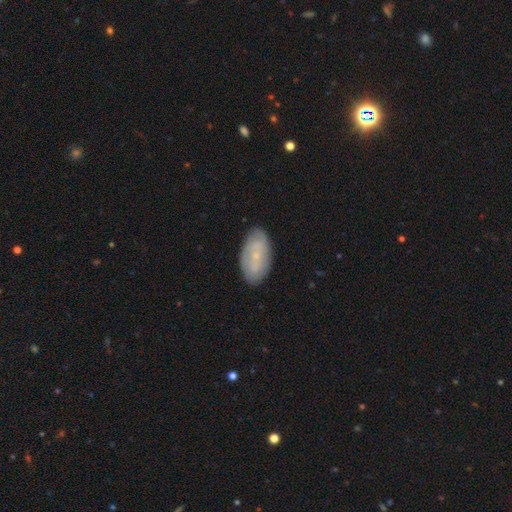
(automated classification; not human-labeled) smooth 47%, featured or disk 45%, star or artifact 8%. Down the decision tree: merging — none (82%).